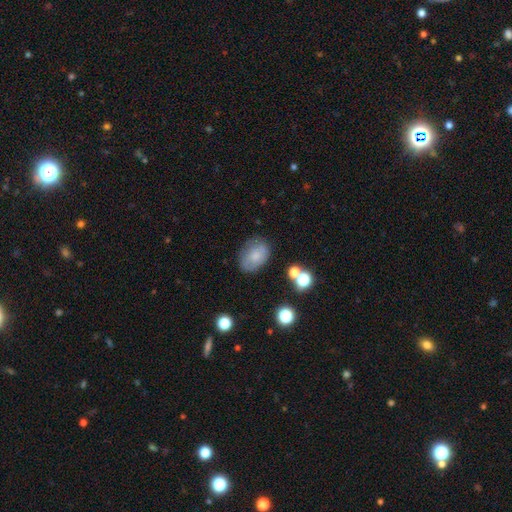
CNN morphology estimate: Smooth or featured? smooth (71%)
How rounded? in between (78%)
Merging? none (69%)